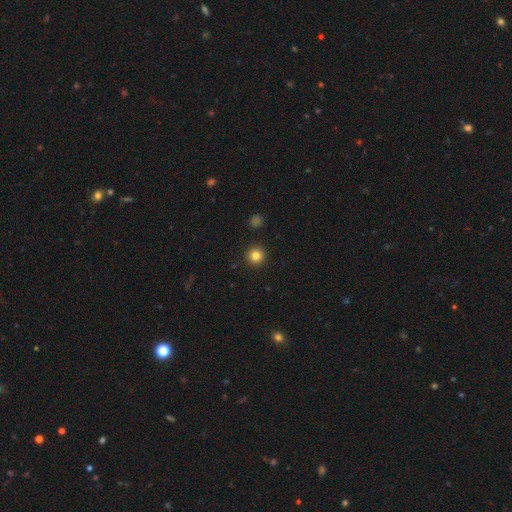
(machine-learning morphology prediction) Smooth or featured? smooth (84%)
How rounded? round (96%)
Merging? none (93%)